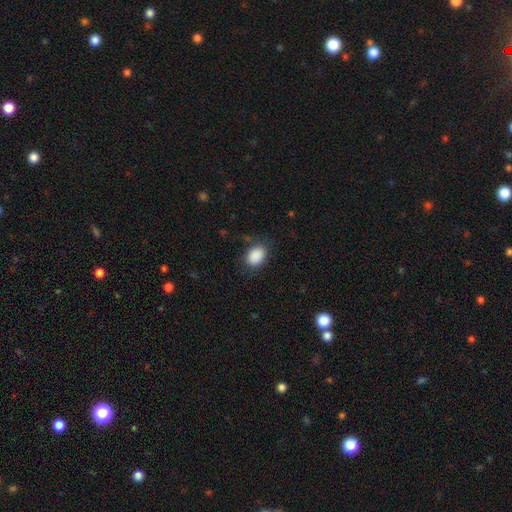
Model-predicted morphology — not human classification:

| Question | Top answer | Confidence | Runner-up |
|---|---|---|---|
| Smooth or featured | smooth | 89% | star or artifact (8%) |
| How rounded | in between | 70% | round (29%) |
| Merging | none | 81% | minor disturbance (13%) |